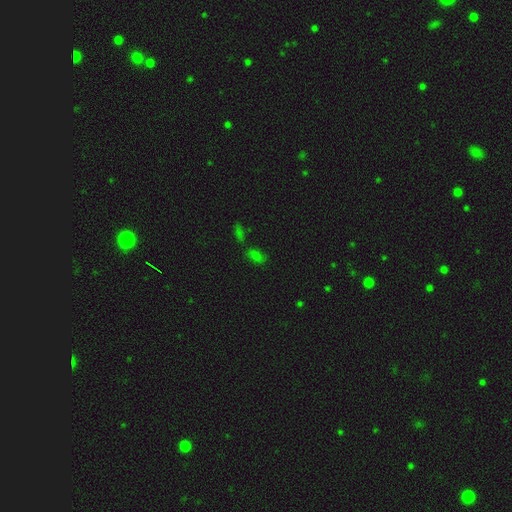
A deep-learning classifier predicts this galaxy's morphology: Smooth or featured? smooth (59%)
How rounded? in between (83%)
Merging? none (59%)